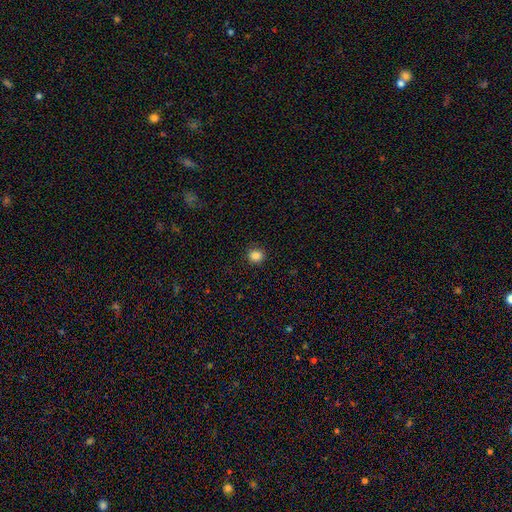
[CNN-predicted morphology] A smooth galaxy with no disk features (86%) that is round (84%). Merging: none (90%).